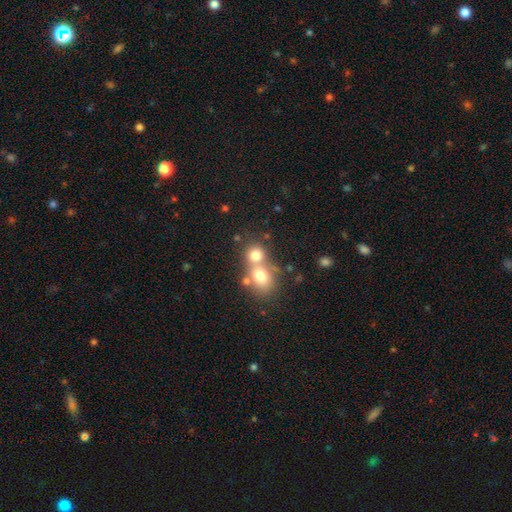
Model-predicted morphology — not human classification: Q: Smooth or featured?
A: smooth (73%); runner-up: featured or disk (15%)
Q: How rounded?
A: round (73%); runner-up: in between (26%)
Q: Merging?
A: merger (59%); runner-up: none (31%)